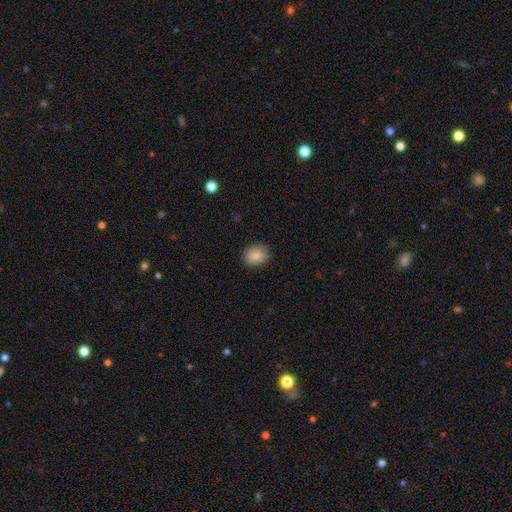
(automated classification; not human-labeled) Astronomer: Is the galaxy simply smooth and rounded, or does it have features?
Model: smooth — 84%.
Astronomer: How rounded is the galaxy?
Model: round — 52% (runner-up: in between, 48%).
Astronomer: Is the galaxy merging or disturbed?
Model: none — 85%.